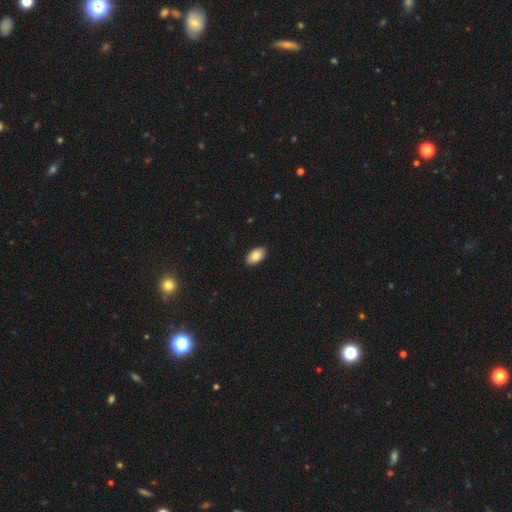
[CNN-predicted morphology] Smooth or featured? smooth (84%)
How rounded? in between (94%)
Merging? none (90%)